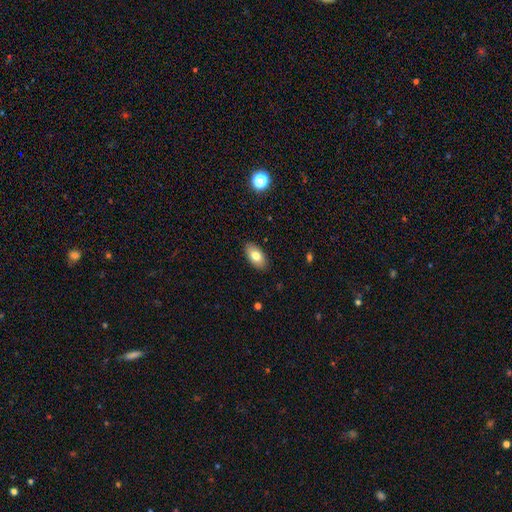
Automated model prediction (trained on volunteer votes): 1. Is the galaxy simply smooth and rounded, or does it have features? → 77% smooth, 15% featured or disk, 8% star or artifact.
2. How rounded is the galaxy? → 93% in between, 4% round, 3% cigar-shaped.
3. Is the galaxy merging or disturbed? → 88% none, 9% minor disturbance, 2% major disturbance, 1% merger.